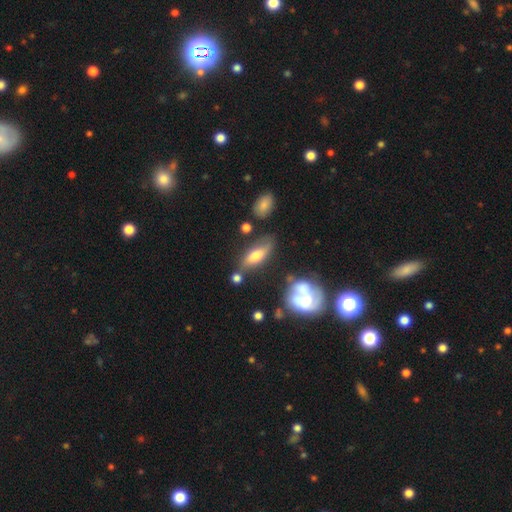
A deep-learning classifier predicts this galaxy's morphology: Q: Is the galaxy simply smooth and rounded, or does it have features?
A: smooth — 59%.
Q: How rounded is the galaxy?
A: in between — 61%.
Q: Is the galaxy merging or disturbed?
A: none — 62%.